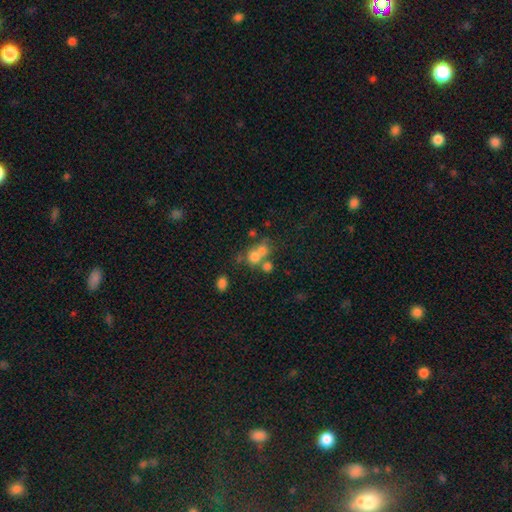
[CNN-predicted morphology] Overall: smooth (57%; featured or disk 23%). How rounded: round (74%). Merging: merger (50%; none 36%).